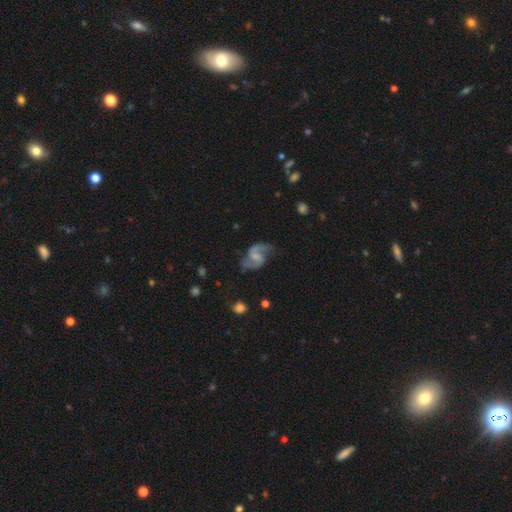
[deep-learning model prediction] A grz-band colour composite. It shows a featured or disk galaxy (86%) with a weak bar (54%), 2 (91%) loose (48%) spiral arms (96%) and a small central bulge (41%). Merging: none (66%).